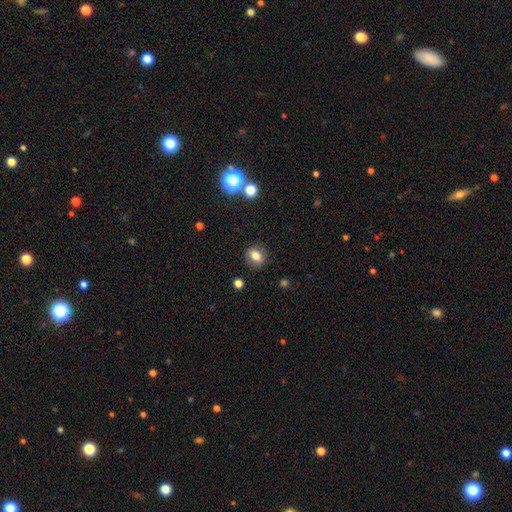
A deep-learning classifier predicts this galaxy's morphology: Q: Smooth or featured?
A: smooth (78%); runner-up: star or artifact (12%)
Q: How rounded?
A: round (55%); runner-up: in between (44%)
Q: Merging?
A: none (86%); runner-up: minor disturbance (9%)